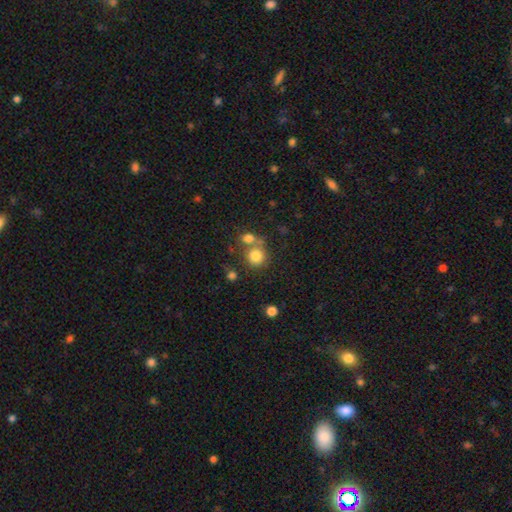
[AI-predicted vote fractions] Smooth or featured? Predicted: smooth (p=0.80). How rounded? Predicted: round (p=0.87). Merging? Predicted: none (p=0.56).